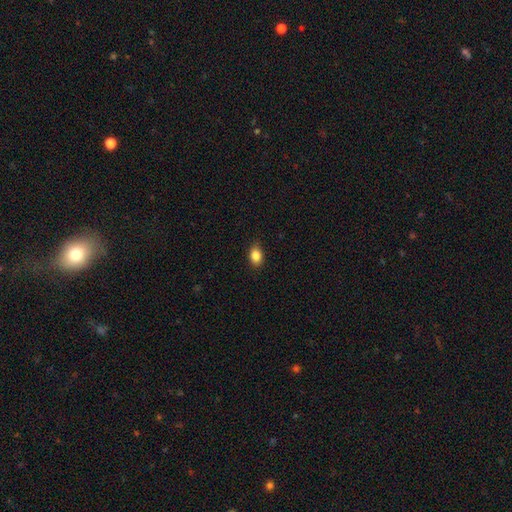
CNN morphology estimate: type=smooth (85%); roundness=in between (76%); merging=none (85%).